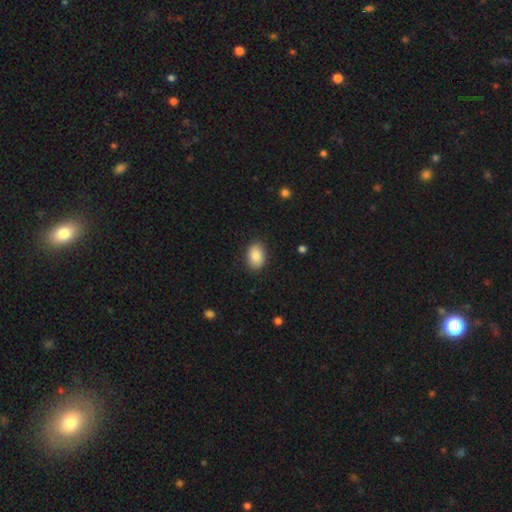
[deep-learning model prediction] This is clearly a smooth galaxy (87%). How rounded: clearly in between (84%). Merging: clearly none (87%).